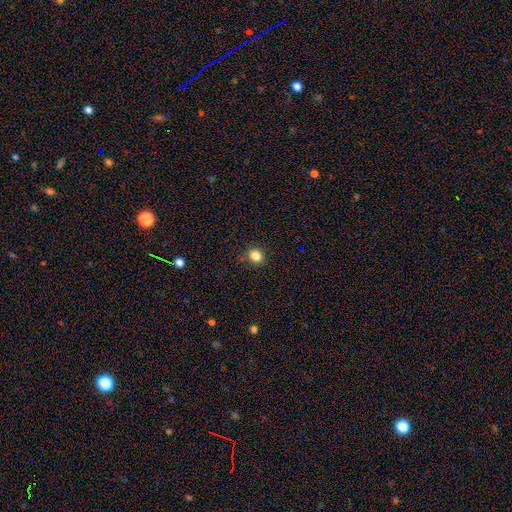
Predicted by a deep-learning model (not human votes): smooth_or_featured: smooth (p=0.83) [alt: star or artifact p=0.12]
how_rounded: round (p=0.85) [alt: in between p=0.14]
merging: none (p=0.87) [alt: minor disturbance p=0.09]